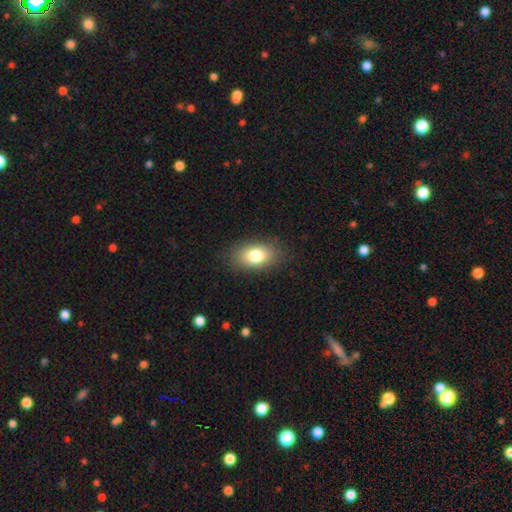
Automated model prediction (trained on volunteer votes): Q: Smooth or featured?
A: smooth (78%); runner-up: featured or disk (13%)
Q: How rounded?
A: in between (86%); runner-up: round (11%)
Q: Merging?
A: none (86%); runner-up: minor disturbance (10%)